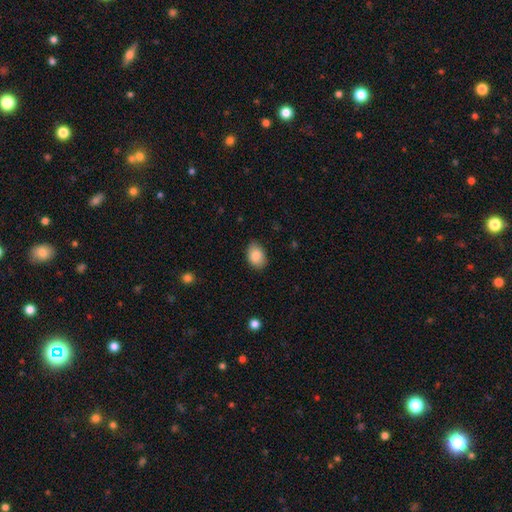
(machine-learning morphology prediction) Q: Smooth or featured?
A: smooth (87%); runner-up: star or artifact (7%)
Q: How rounded?
A: in between (79%); runner-up: round (20%)
Q: Merging?
A: none (82%); runner-up: minor disturbance (14%)